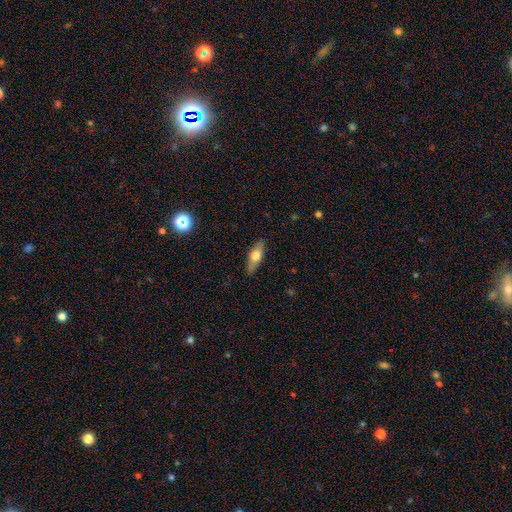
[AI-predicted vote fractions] The model was most divided on "smooth or featured": smooth: 55%, featured or disk: 38%, star or artifact: 7%. More confident: merging — none (86%); how rounded — in between (57%).